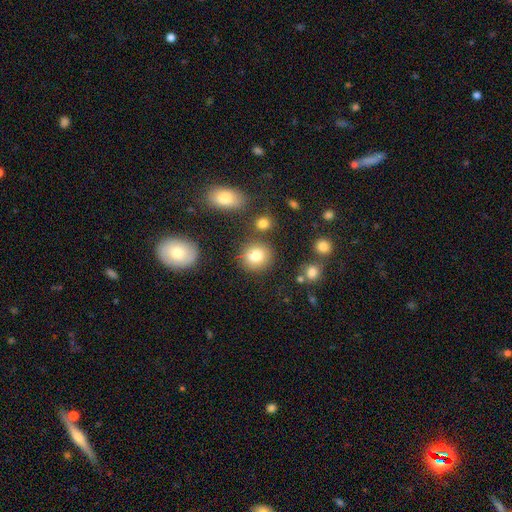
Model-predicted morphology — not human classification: Smooth or featured?
  - smooth: 83% *
  - star or artifact: 10%
  - featured or disk: 8%
How rounded?
  - round: 78% *
  - in between: 21%
  - cigar-shaped: 1%
Merging?
  - none: 78% *
  - minor disturbance: 11%
  - merger: 7%
  - major disturbance: 4%